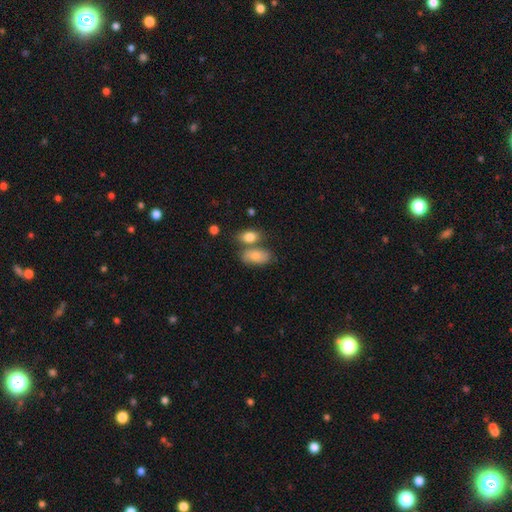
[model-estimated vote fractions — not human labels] Q: Smooth or featured?
A: smooth (78%); runner-up: featured or disk (15%)
Q: How rounded?
A: in between (90%); runner-up: round (7%)
Q: Merging?
A: none (47%); runner-up: merger (32%)